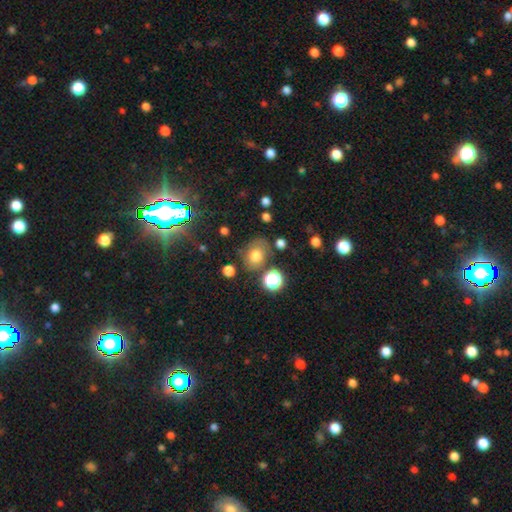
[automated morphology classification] Overall: smooth (72%). How rounded: in between (53%; round 46%). Merging: none (68%).